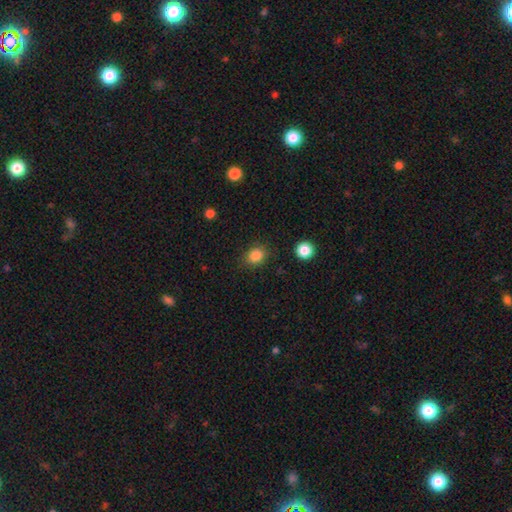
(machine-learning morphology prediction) Smooth or featured? smooth (84%)
How rounded? round (58%)
Merging? none (84%)